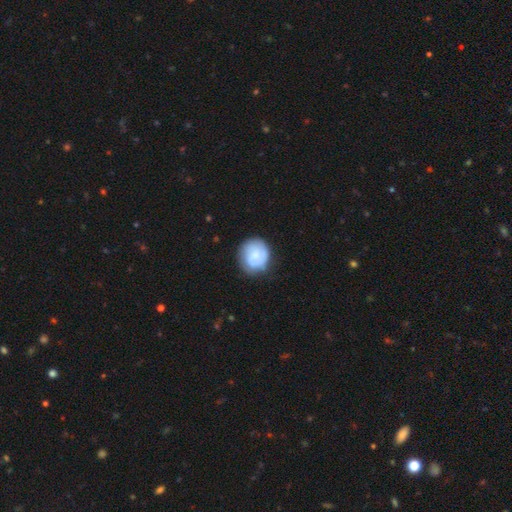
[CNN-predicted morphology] Q: Smooth or featured?
A: smooth (58%); runner-up: featured or disk (35%)
Q: How rounded?
A: round (82%); runner-up: in between (17%)
Q: Merging?
A: none (76%); runner-up: minor disturbance (17%)